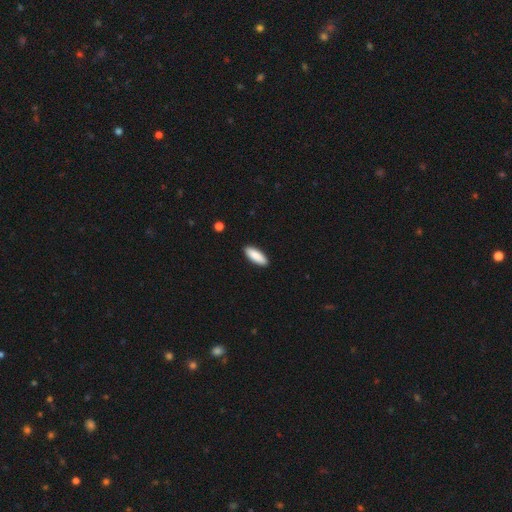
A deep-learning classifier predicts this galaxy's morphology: smooth_or_featured: smooth (p=0.89) [alt: featured or disk p=0.06]
how_rounded: in between (p=0.62) [alt: cigar-shaped p=0.36]
merging: none (p=0.90) [alt: minor disturbance p=0.07]